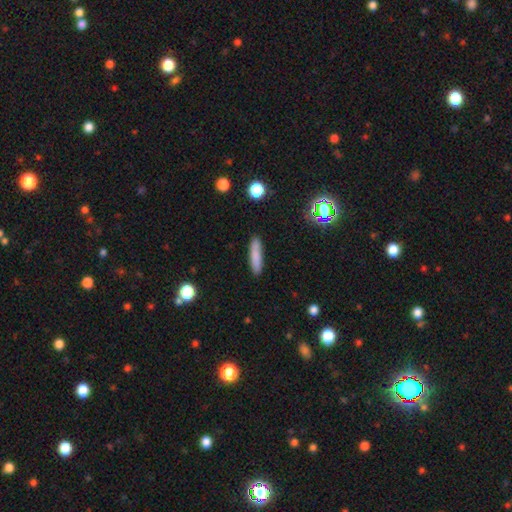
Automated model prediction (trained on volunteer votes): Smooth or featured? Predicted: smooth (p=0.82). How rounded? Predicted: cigar-shaped (p=0.85). Merging? Predicted: none (p=0.89).